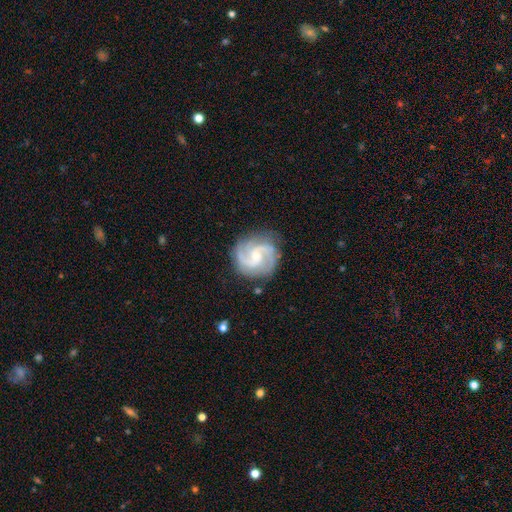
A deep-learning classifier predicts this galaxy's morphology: This appears to be a featured or disk galaxy (91%) with no bar (50%), 2 (70%) medium (58%) spiral arms (98%) and a small central bulge (62%). Merging: none (81%).